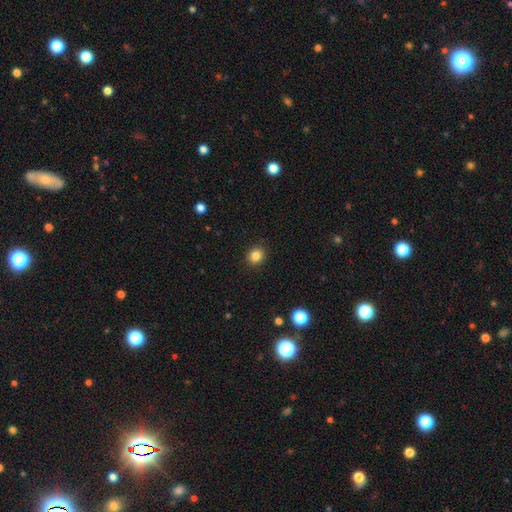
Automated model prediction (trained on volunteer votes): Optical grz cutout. It shows a smooth galaxy with no disk features (84%) that is round (80%). Merging: none (91%).